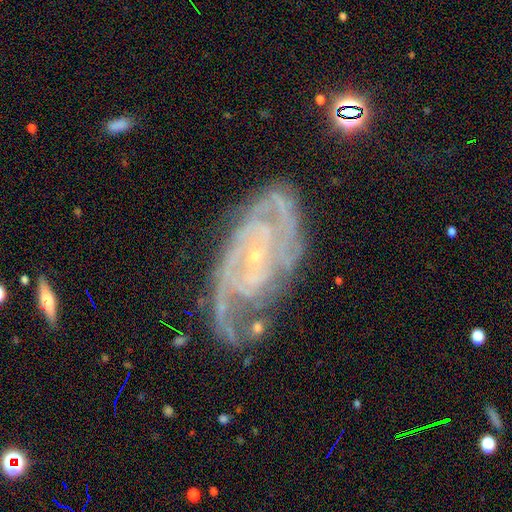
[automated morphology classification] smooth_or_featured: featured or disk (p=0.88) [alt: star or artifact p=0.07]
disk_edge_on: no (p=0.95) [alt: yes p=0.05]
bar: no (p=0.62) [alt: weak p=0.27]
has_spiral_arms: yes (p=0.97) [alt: no p=0.03]
spiral_winding: tight (p=0.64) [alt: medium p=0.30]
spiral_arm_count: 2 (p=0.35) [alt: can't tell p=0.22]
bulge_size: small (p=0.85) [alt: moderate p=0.10]
merging: none (p=0.65) [alt: minor disturbance p=0.23]